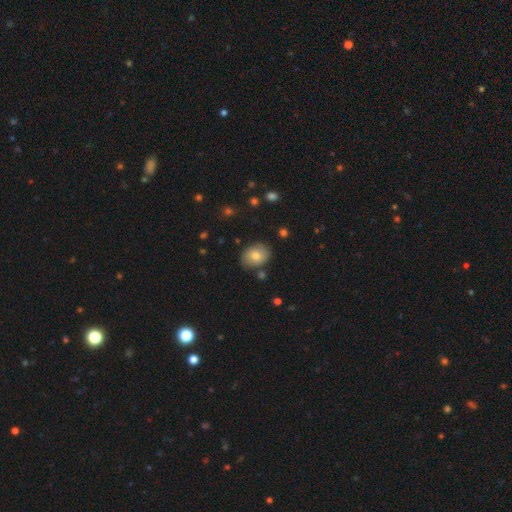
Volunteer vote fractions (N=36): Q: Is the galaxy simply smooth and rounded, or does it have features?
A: smooth — 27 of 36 (75%).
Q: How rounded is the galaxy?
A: in between — 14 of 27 (52%).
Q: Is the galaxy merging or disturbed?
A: none — 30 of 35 (86%).